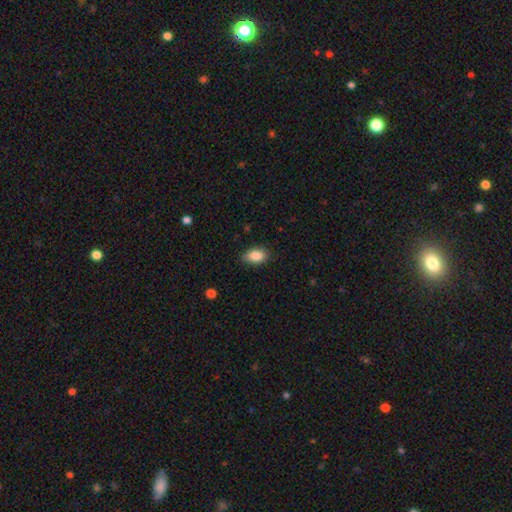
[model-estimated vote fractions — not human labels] Overall: smooth (88%). How rounded: in between (90%). Merging: none (84%).